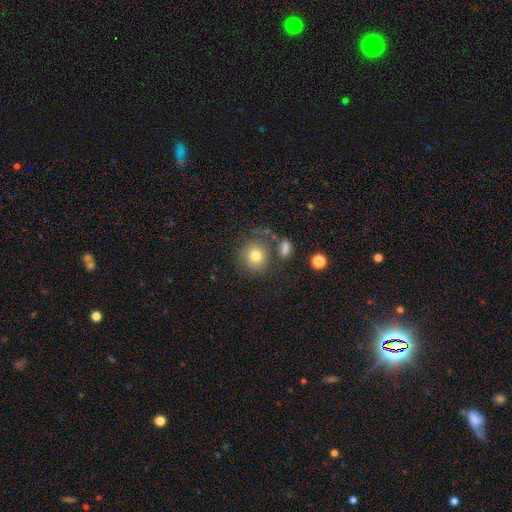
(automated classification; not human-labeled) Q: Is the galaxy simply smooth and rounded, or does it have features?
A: smooth — 77%.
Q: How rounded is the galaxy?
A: round — 87%.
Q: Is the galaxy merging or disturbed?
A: none — 64%.